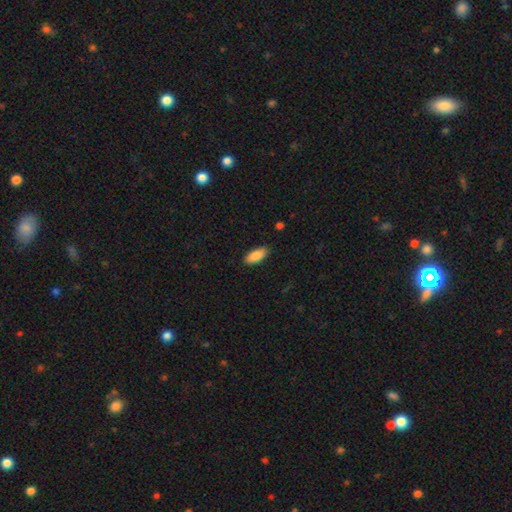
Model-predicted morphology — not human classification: Smooth or featured: smooth — 87% (featured or disk — 7%)
How rounded: in between — 82% (cigar-shaped — 16%)
Merging: none — 88% (minor disturbance — 9%)